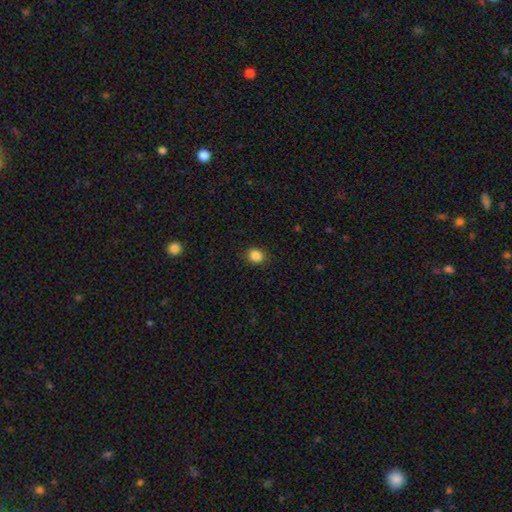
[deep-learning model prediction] Smooth or featured?
  - smooth: 86% *
  - star or artifact: 11%
  - featured or disk: 3%
How rounded?
  - round: 78% *
  - in between: 22%
  - cigar-shaped: 1%
Merging?
  - none: 90% *
  - minor disturbance: 7%
  - major disturbance: 2%
  - merger: 1%